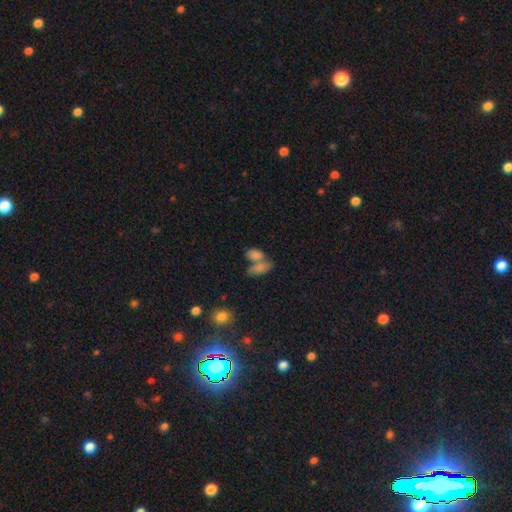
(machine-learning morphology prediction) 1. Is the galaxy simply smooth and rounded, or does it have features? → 78% smooth, 11% featured or disk, 11% star or artifact.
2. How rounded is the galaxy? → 85% in between, 11% round, 4% cigar-shaped.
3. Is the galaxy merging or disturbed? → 56% merger, 29% none, 9% minor disturbance, 5% major disturbance.